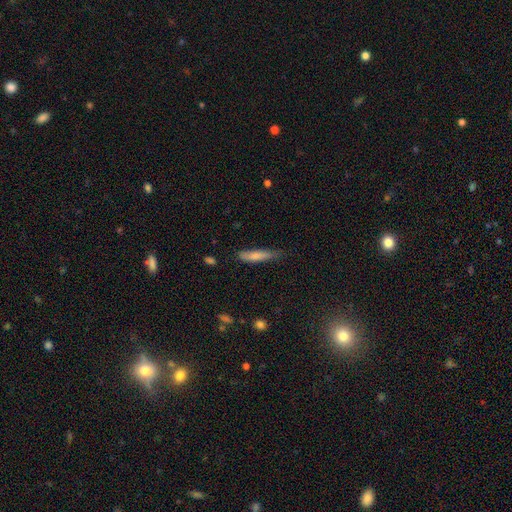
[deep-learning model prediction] A smooth galaxy with no disk features (76%) that is cigar-shaped (83%).

Vote fractions:
- Smooth or featured? smooth: 76% / featured or disk: 18% / star or artifact: 6%
- How rounded? cigar-shaped: 83% / in between: 16% / round: 2%
- Merging? none: 59% / minor disturbance: 32% / major disturbance: 7% / merger: 2%